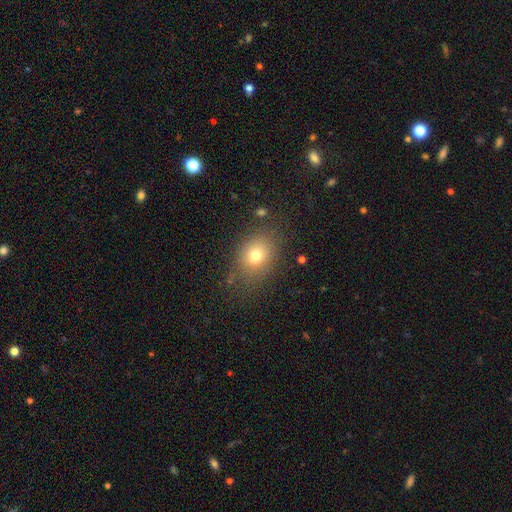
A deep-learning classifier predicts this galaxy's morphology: Q: Smooth or featured?
A: smooth (74%); runner-up: star or artifact (13%)
Q: How rounded?
A: in between (60%); runner-up: round (39%)
Q: Merging?
A: none (78%); runner-up: minor disturbance (14%)